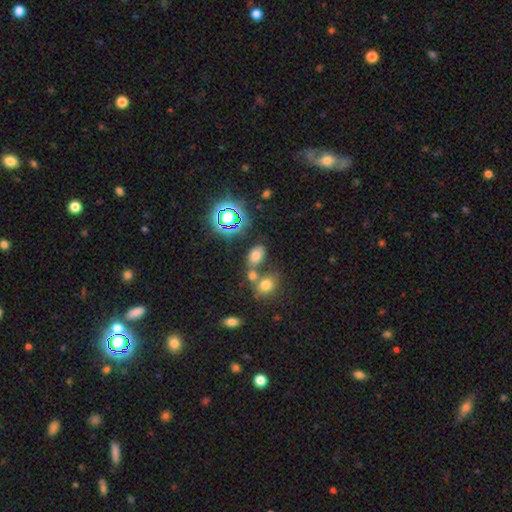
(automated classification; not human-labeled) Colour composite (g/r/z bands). It shows a smooth galaxy with no disk features (66%) that is in between round and cigar-shaped (79%). Merging: none (56%).